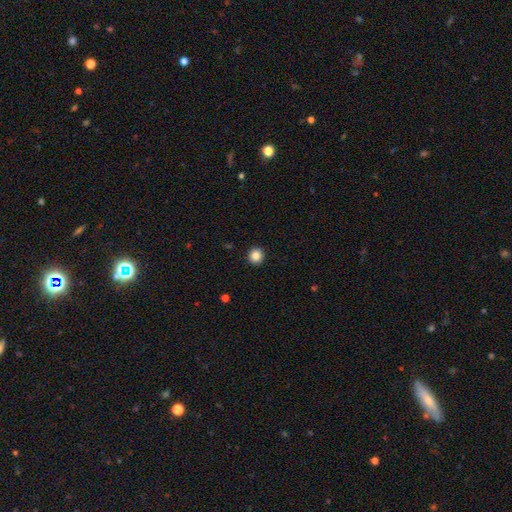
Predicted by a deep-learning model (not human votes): Smooth or featured: smooth — 86% (star or artifact — 10%)
How rounded: round — 93% (in between — 6%)
Merging: none — 93% (minor disturbance — 4%)